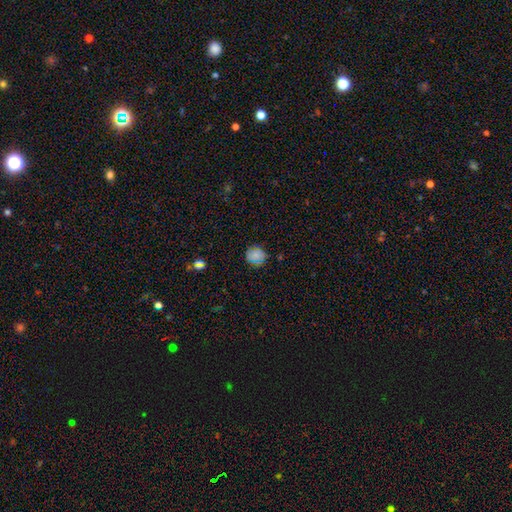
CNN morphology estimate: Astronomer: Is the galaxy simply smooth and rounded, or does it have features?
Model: smooth — 82%.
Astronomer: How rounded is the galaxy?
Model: round — 90%.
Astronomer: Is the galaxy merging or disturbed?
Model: none — 82%.